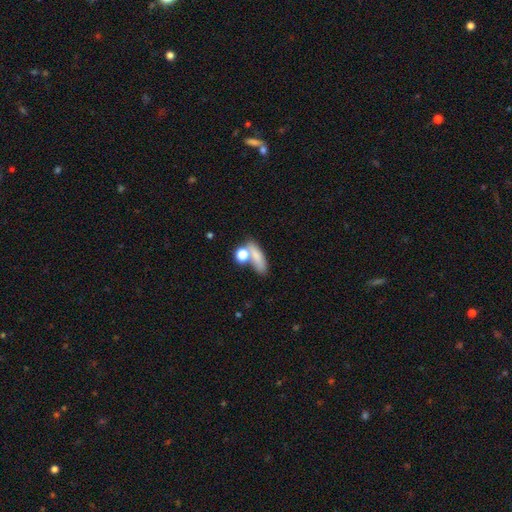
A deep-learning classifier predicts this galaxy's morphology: A smooth galaxy with no disk features (74%) that is in between round and cigar-shaped (45%). Merging: none (51%).